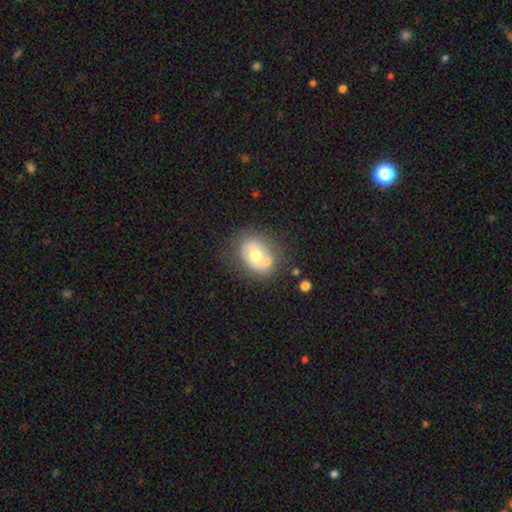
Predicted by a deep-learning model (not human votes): Q: Smooth or featured?
A: smooth (52%); runner-up: featured or disk (40%)
Q: How rounded?
A: in between (56%); runner-up: round (43%)
Q: Merging?
A: none (50%); runner-up: merger (25%)